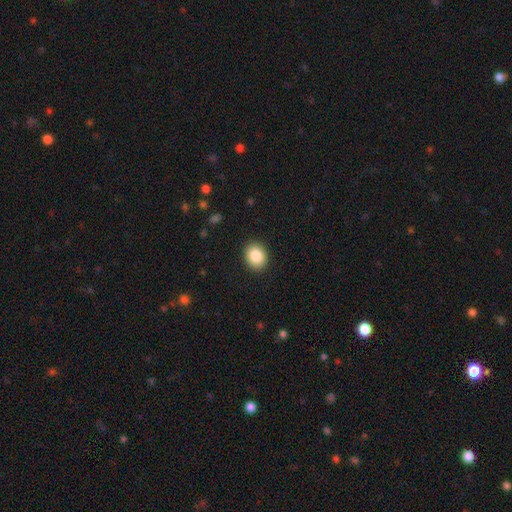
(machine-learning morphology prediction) A smooth galaxy with no disk features (87%) that is round (53%).

Vote fractions:
- Smooth or featured? smooth: 87% / star or artifact: 8% / featured or disk: 5%
- How rounded? round: 53% / in between: 46% / cigar-shaped: 1%
- Merging? none: 90% / minor disturbance: 7% / major disturbance: 2% / merger: 1%